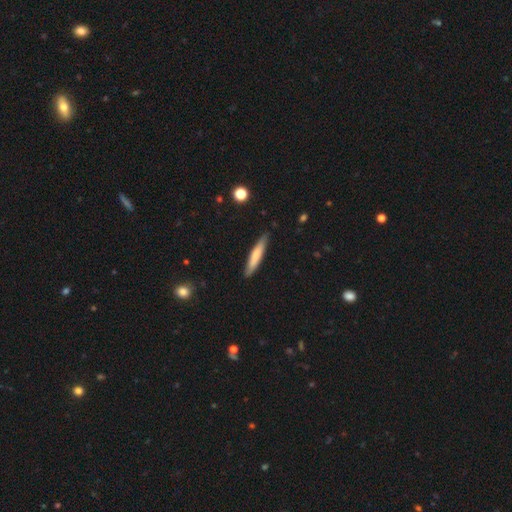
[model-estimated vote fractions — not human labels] Smooth or featured?
  - smooth: 69% *
  - featured or disk: 26%
  - star or artifact: 5%
How rounded?
  - cigar-shaped: 91% *
  - in between: 8%
  - round: 1%
Merging?
  - none: 86% *
  - minor disturbance: 11%
  - major disturbance: 2%
  - merger: 1%